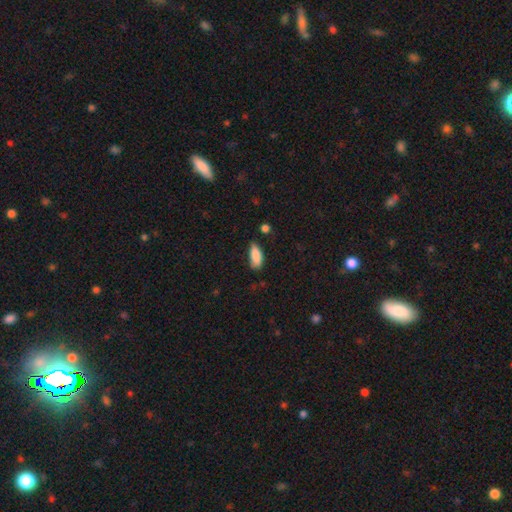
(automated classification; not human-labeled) A smooth galaxy with no disk features (87%) that is in between round and cigar-shaped (79%).

Vote fractions:
- Smooth or featured? smooth: 87% / star or artifact: 7% / featured or disk: 7%
- How rounded? in between: 79% / cigar-shaped: 19% / round: 2%
- Merging? none: 65% / minor disturbance: 27% / major disturbance: 5% / merger: 3%